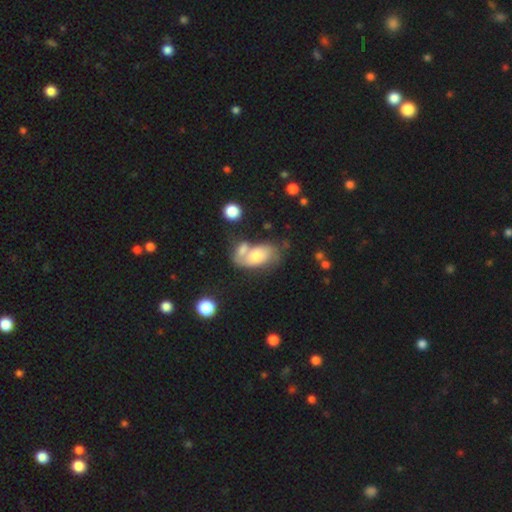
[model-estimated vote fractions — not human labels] A smooth galaxy with no disk features (56%) that is in between round and cigar-shaped (90%).

Vote fractions:
- Smooth or featured? smooth: 56% / featured or disk: 36% / star or artifact: 8%
- How rounded? in between: 90% / round: 7% / cigar-shaped: 3%
- Merging? merger: 47% / none: 28% / minor disturbance: 15% / major disturbance: 10%